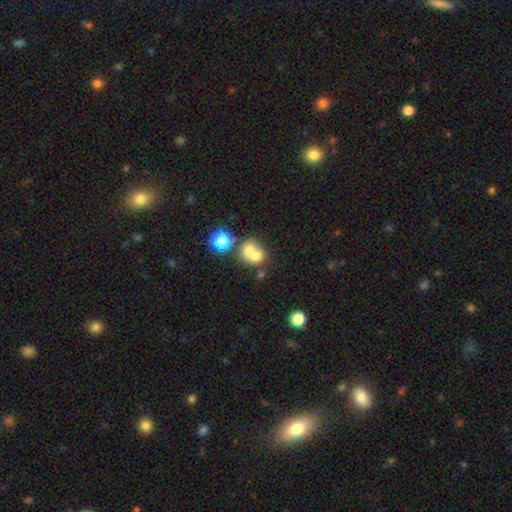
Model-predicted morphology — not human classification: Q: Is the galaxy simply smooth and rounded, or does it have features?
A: smooth — 68%.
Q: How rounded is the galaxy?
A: round — 68%.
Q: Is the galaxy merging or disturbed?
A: merger — 61%.